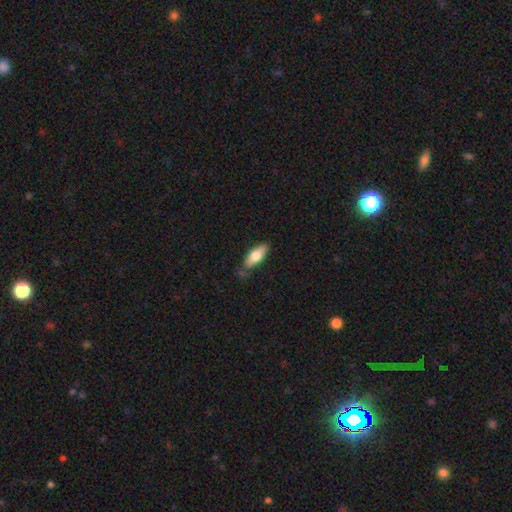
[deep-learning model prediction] This appears to be a smooth galaxy with no disk features (72%) that is in between round and cigar-shaped (69%). Merging: none (70%).